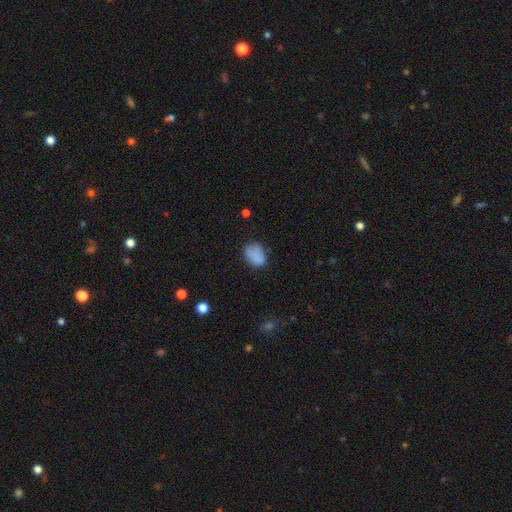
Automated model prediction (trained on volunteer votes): Morphology: type=smooth (79%); roundness=in between (75%); merging=none (58%).